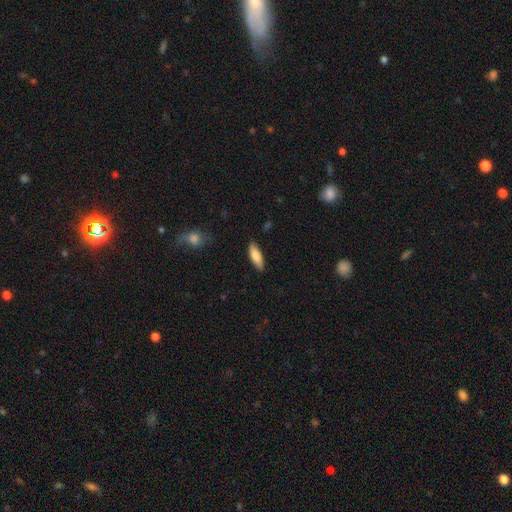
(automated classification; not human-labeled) A smooth galaxy with no disk features (81%) that is in between round and cigar-shaped (59%).

Vote fractions:
- Smooth or featured? smooth: 81% / featured or disk: 13% / star or artifact: 6%
- How rounded? in between: 59% / cigar-shaped: 39% / round: 2%
- Merging? none: 83% / minor disturbance: 13% / major disturbance: 2% / merger: 1%